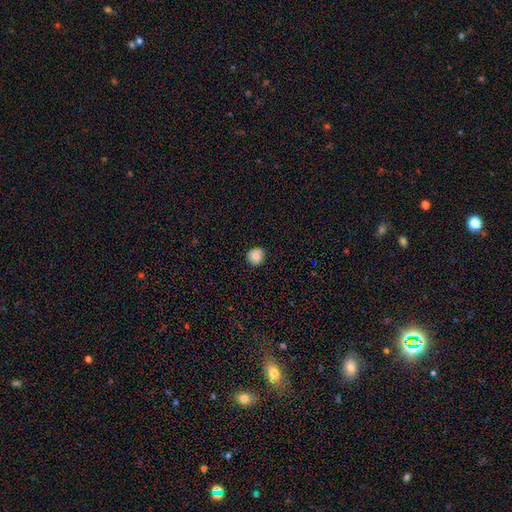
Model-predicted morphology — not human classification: smooth_or_featured: smooth (p=0.78) [alt: featured or disk p=0.13]
how_rounded: round (p=0.87) [alt: in between p=0.12]
merging: none (p=0.78) [alt: minor disturbance p=0.18]